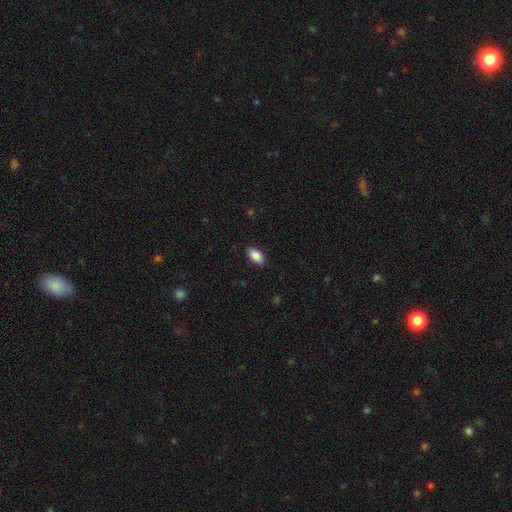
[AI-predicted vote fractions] Smooth or featured: smooth — 88% (star or artifact — 7%)
How rounded: in between — 93% (round — 4%)
Merging: none — 89% (minor disturbance — 8%)